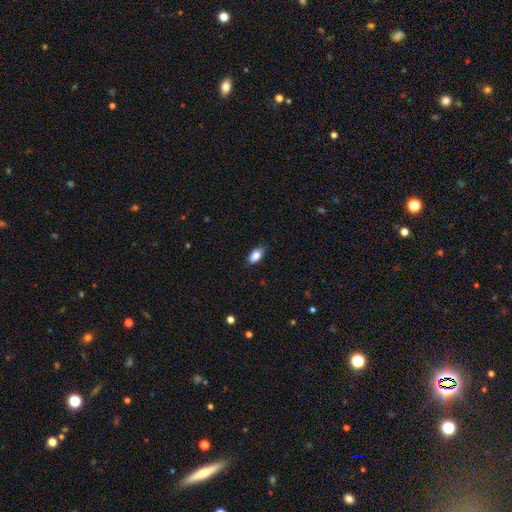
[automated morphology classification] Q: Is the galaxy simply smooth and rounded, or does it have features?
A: smooth — 86%.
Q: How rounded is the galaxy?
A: in between — 91%.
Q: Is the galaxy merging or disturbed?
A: none — 79%.